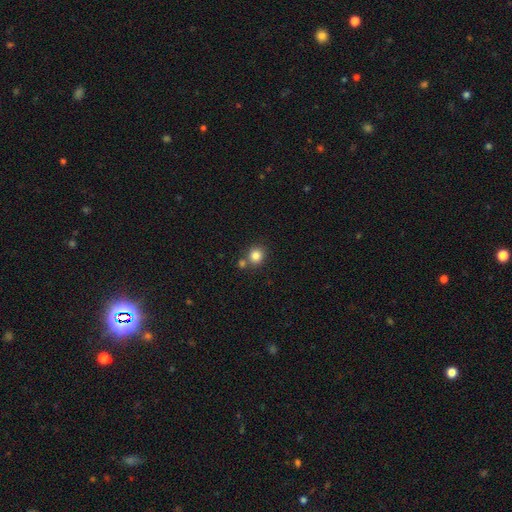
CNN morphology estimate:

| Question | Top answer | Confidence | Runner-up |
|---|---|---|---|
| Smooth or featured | smooth | 83% | star or artifact (11%) |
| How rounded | round | 83% | in between (16%) |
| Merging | none | 68% | merger (21%) |